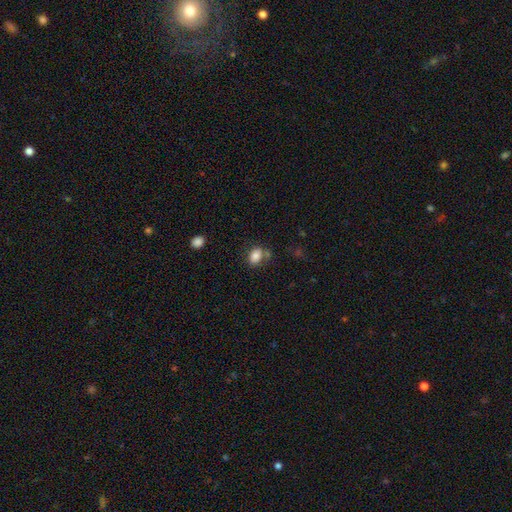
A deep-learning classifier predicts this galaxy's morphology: Q: Smooth or featured?
A: smooth (83%); runner-up: star or artifact (9%)
Q: How rounded?
A: in between (74%); runner-up: round (25%)
Q: Merging?
A: none (63%); runner-up: minor disturbance (17%)